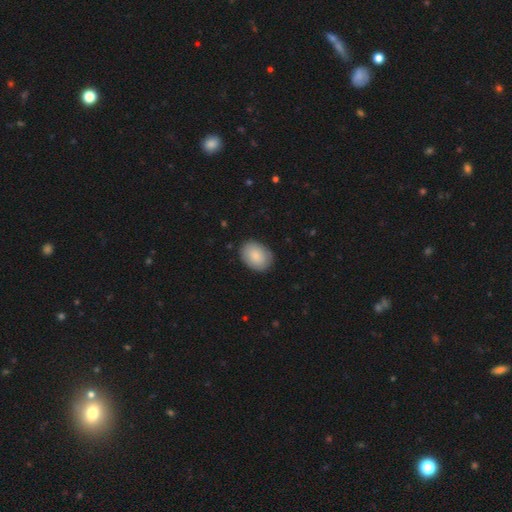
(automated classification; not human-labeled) A smooth galaxy with no disk features (86%) that is in between round and cigar-shaped (76%).

Vote fractions:
- Smooth or featured? smooth: 86% / featured or disk: 8% / star or artifact: 6%
- How rounded? in between: 76% / round: 24% / cigar-shaped: 1%
- Merging? none: 85% / minor disturbance: 11% / major disturbance: 3% / merger: 1%